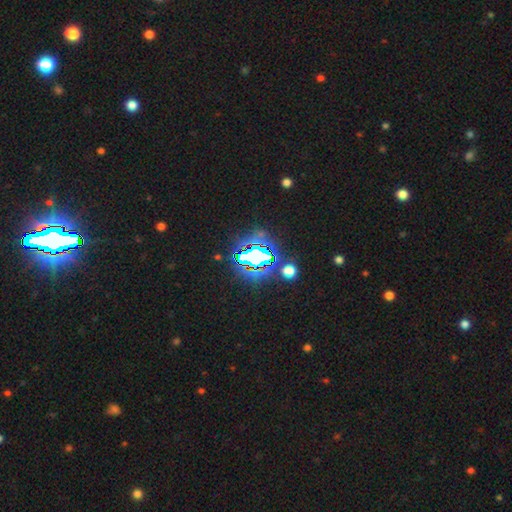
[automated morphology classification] Smooth or featured? Predicted: star or artifact (p=0.72).